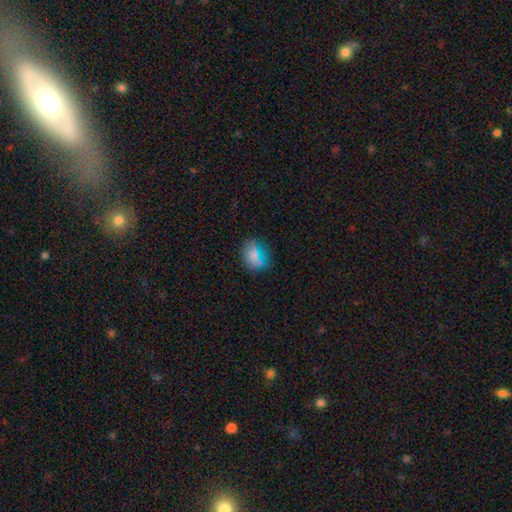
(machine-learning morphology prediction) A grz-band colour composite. It shows a smooth galaxy with no disk features (71%) that is round (63%). Merging: none (78%).